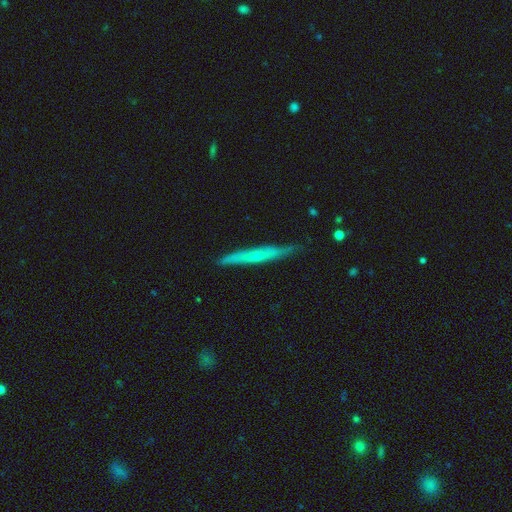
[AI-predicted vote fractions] Smooth or featured?
  - featured or disk: 56% *
  - smooth: 38%
  - star or artifact: 6%
Edge-on disk?
  - yes: 91% *
  - no: 9%
Edge-on bulge?
  - rounded: 51% *
  - none: 45%
  - boxy: 3%
Merging?
  - none: 82% *
  - minor disturbance: 14%
  - major disturbance: 2%
  - merger: 1%